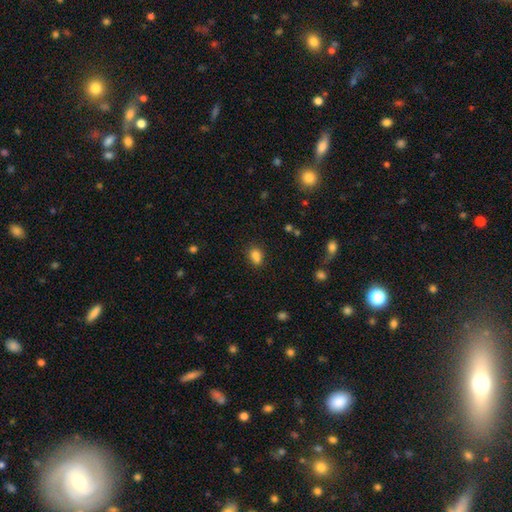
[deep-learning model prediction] The model was most divided on "how rounded": in between: 67%, round: 31%, cigar-shaped: 2%. More confident: smooth or featured — smooth (82%); merging — none (61%).